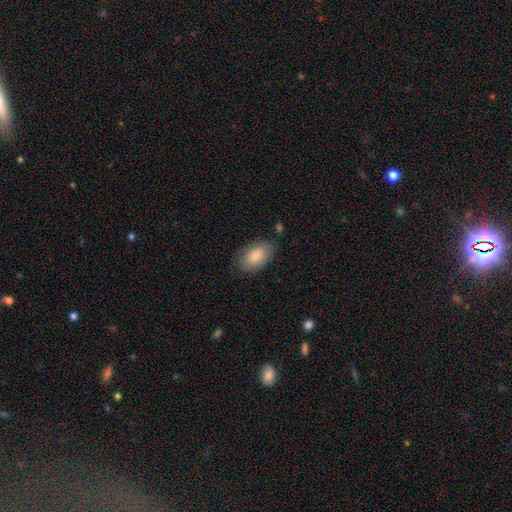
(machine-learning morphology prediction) smooth_or_featured: smooth (p=0.84) [alt: featured or disk p=0.10]
how_rounded: in between (p=0.93) [alt: round p=0.05]
merging: none (p=0.78) [alt: minor disturbance p=0.16]